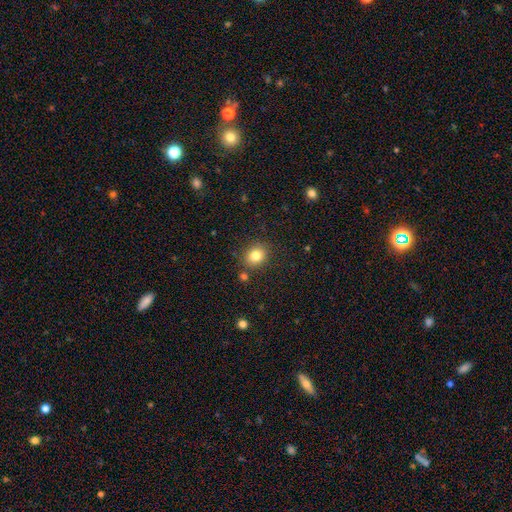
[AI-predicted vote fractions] Smooth or featured? Predicted: smooth (p=0.81). How rounded? Predicted: round (p=0.70). Merging? Predicted: none (p=0.82).